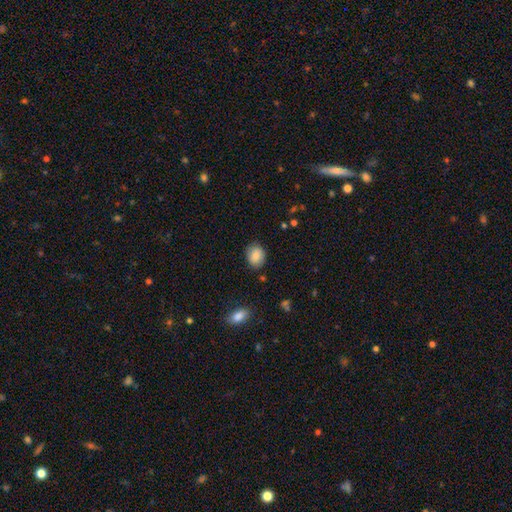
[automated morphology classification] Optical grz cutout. It shows a smooth galaxy with no disk features (82%) that is round (53%). Merging: none (83%).